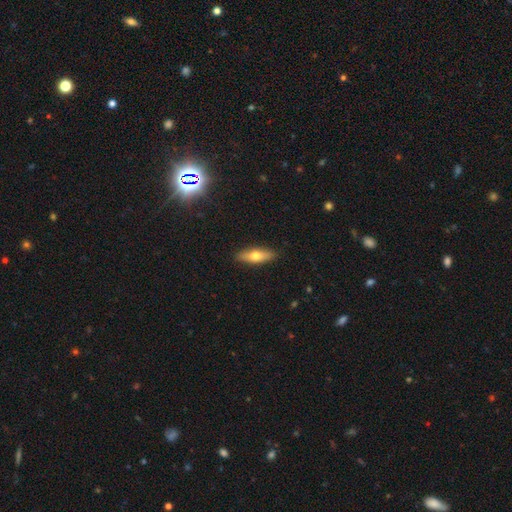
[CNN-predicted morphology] Smooth or featured?
  - smooth: 60% *
  - featured or disk: 34%
  - star or artifact: 6%
How rounded?
  - cigar-shaped: 51% *
  - in between: 46%
  - round: 3%
Merging?
  - none: 90% *
  - minor disturbance: 8%
  - major disturbance: 2%
  - merger: 1%